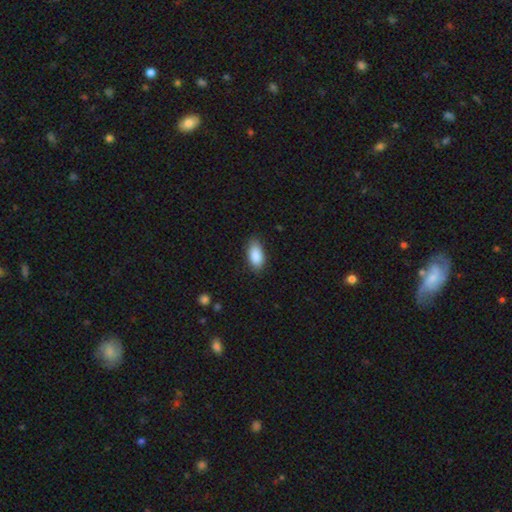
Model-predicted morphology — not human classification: The model was most divided on "merging": none: 82%, minor disturbance: 14%, major disturbance: 3%, merger: 1%. More confident: how rounded — in between (91%); smooth or featured — smooth (89%).